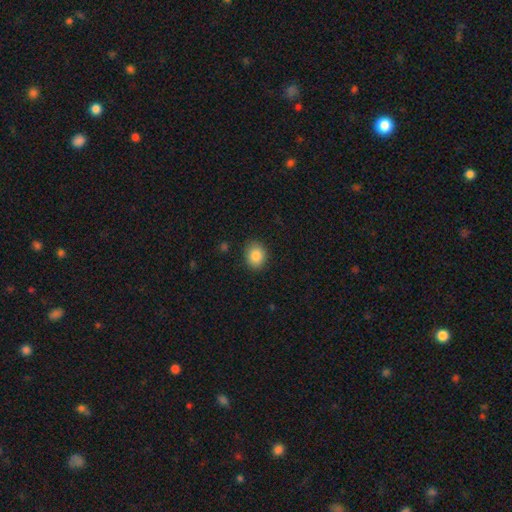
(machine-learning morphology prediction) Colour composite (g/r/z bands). It shows a smooth galaxy with no disk features (87%) that is round (56%). Merging: none (88%).